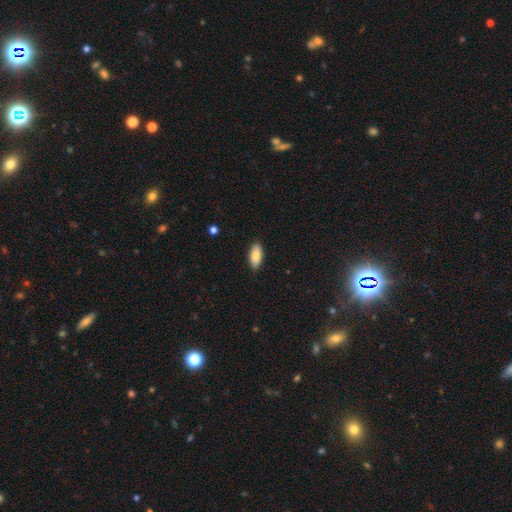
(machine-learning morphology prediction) smooth-or-featured: smooth: 85% | featured or disk: 8% | star or artifact: 6%
  how-rounded: in between: 89% | cigar-shaped: 9% | round: 2%
  merging: none: 86% | minor disturbance: 11% | major disturbance: 2% | merger: 1%